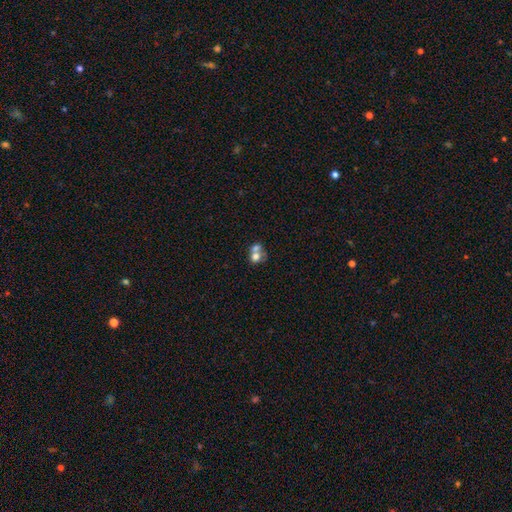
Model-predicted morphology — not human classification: smooth 67%, featured or disk 23%, star or artifact 11%. Down the decision tree: how rounded — round (66%); merging — merger (64%).